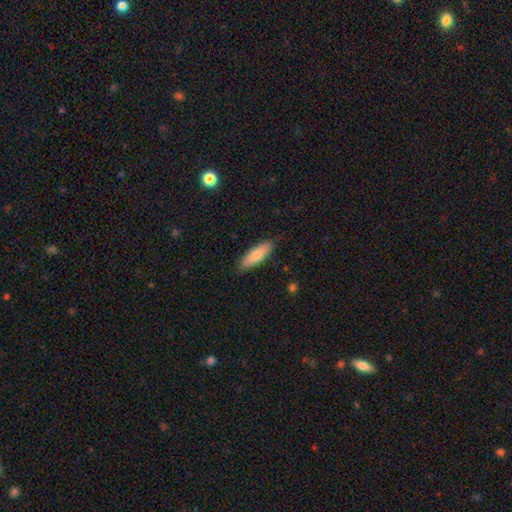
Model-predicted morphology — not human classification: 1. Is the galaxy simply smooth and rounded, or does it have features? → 79% smooth, 15% featured or disk, 6% star or artifact.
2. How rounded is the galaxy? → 51% cigar-shaped, 47% in between, 2% round.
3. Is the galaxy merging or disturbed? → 87% none, 10% minor disturbance, 2% major disturbance, 1% merger.